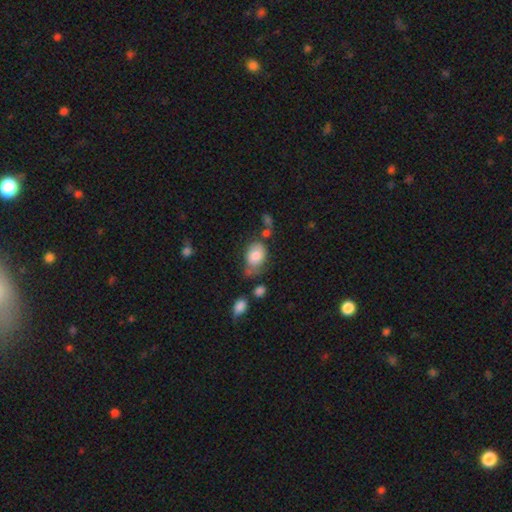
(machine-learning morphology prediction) The model was most divided on "merging": none: 49%, minor disturbance: 28%, merger: 12%, major disturbance: 11%. More confident: smooth or featured — smooth (78%); how rounded — in between (73%).